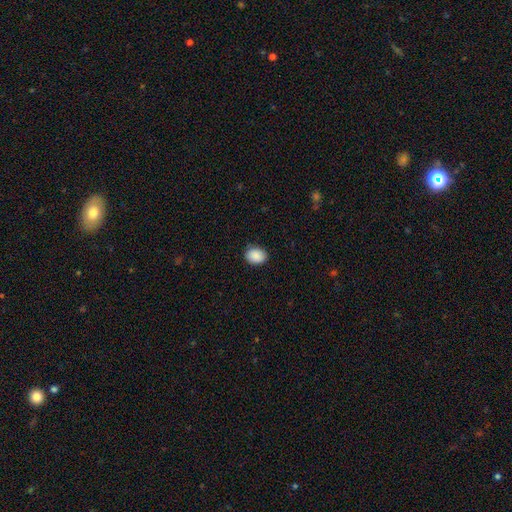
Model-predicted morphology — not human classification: smooth_or_featured: smooth (p=0.90) [alt: star or artifact p=0.07]
how_rounded: in between (p=0.66) [alt: round p=0.33]
merging: none (p=0.87) [alt: minor disturbance p=0.10]